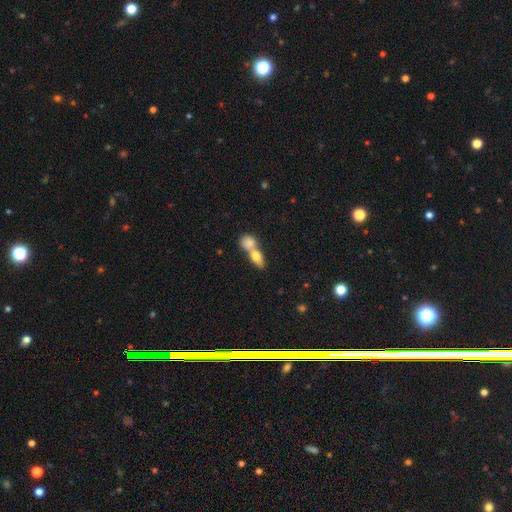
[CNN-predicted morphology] smooth 75%, featured or disk 17%, star or artifact 7%. Down the decision tree: how rounded — in between (68%); merging — merger (72%).